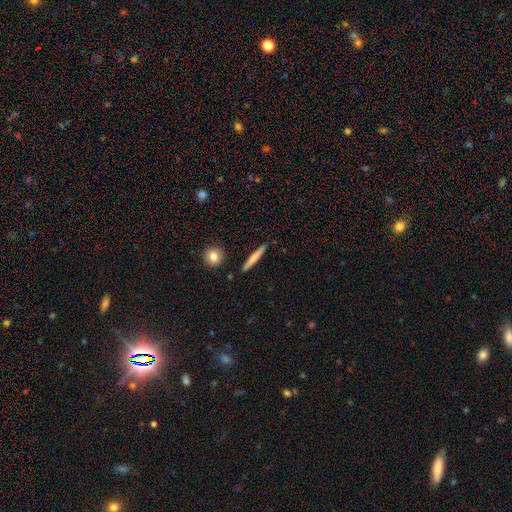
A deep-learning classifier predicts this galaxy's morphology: Q: Smooth or featured?
A: smooth (56%); runner-up: featured or disk (36%)
Q: How rounded?
A: cigar-shaped (93%); runner-up: in between (4%)
Q: Merging?
A: none (91%); runner-up: minor disturbance (6%)